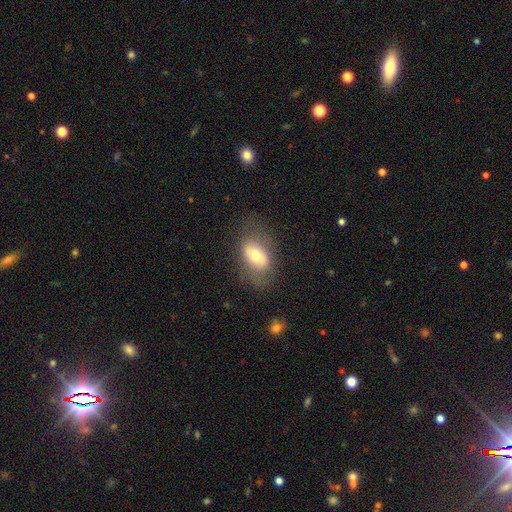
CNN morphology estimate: Smooth or featured?
  - smooth: 58% *
  - featured or disk: 34%
  - star or artifact: 8%
How rounded?
  - in between: 84% *
  - round: 14%
  - cigar-shaped: 2%
Merging?
  - none: 68% *
  - minor disturbance: 20%
  - major disturbance: 10%
  - merger: 2%